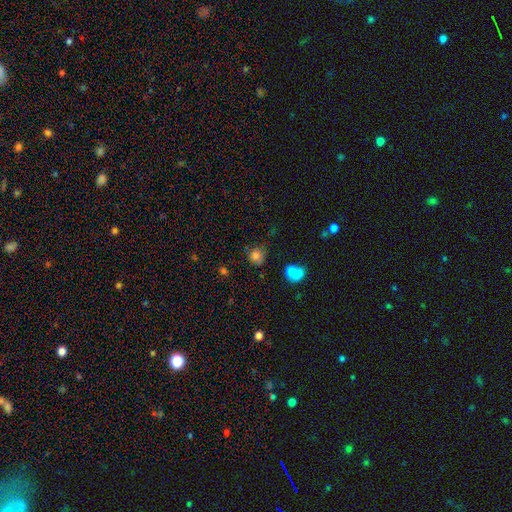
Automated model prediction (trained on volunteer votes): Morphology: type=smooth (80%); roundness=round (83%); merging=none (64%).